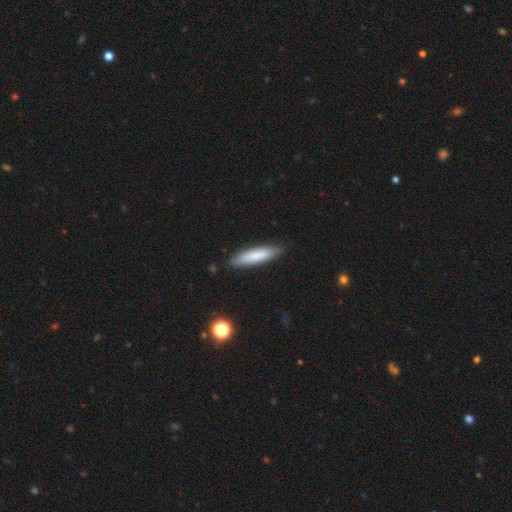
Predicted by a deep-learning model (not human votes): Overall: smooth (75%). How rounded: cigar-shaped (82%). Merging: none (87%).